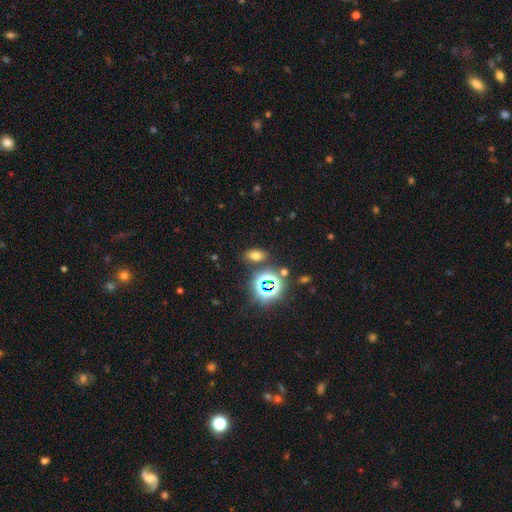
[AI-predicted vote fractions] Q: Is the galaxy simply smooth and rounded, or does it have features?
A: smooth — 60%.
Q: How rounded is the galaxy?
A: in between — 84%.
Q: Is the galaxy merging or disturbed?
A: none — 81%.